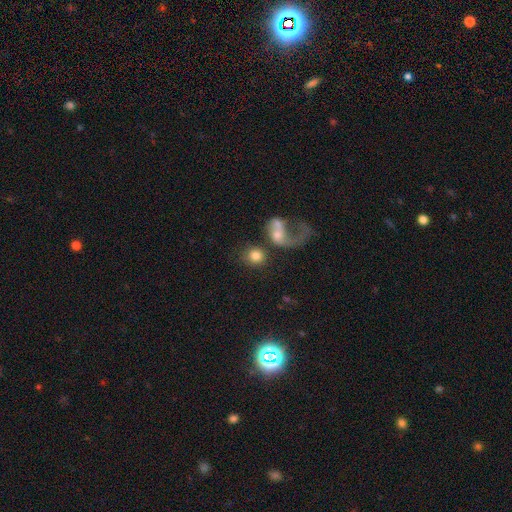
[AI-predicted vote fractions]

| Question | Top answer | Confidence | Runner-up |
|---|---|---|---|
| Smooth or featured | smooth | 76% | featured or disk (16%) |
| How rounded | round | 82% | in between (17%) |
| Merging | none | 43% | merger (35%) |